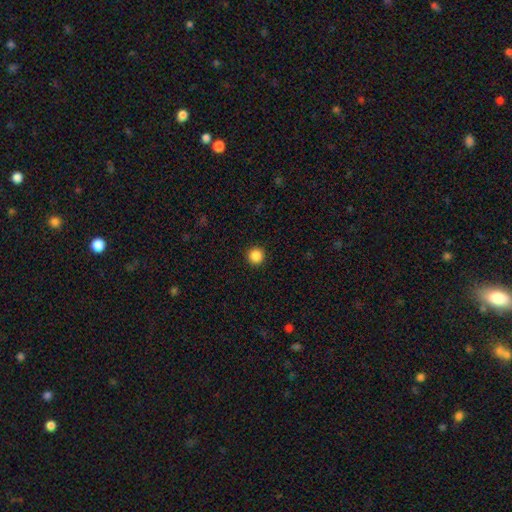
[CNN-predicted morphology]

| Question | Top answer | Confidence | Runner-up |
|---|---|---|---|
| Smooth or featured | smooth | 88% | star or artifact (10%) |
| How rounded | round | 96% | in between (3%) |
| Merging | none | 93% | minor disturbance (4%) |